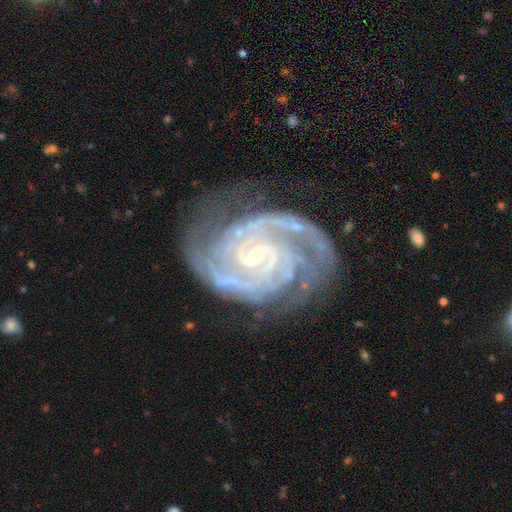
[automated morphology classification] smooth-or-featured: featured or disk: 92% | star or artifact: 5% | smooth: 3%
  disk-edge-on: no: 97% | yes: 3%
    bar: weak: 43% | no: 39% | strong: 18%
    has-spiral-arms: yes: 98% | no: 2%
      spiral-winding: tight: 66% | medium: 30% | loose: 4%
      spiral-arm-count: 2: 36% | 3: 24% | can't tell: 14% | 4: 13% | more than 4: 7% | 1: 6%
    bulge-size: small: 60% | moderate: 36% | large: 2% | none: 1% | dominant: 1%
  merging: none: 70% | minor disturbance: 19% | major disturbance: 9% | merger: 2%